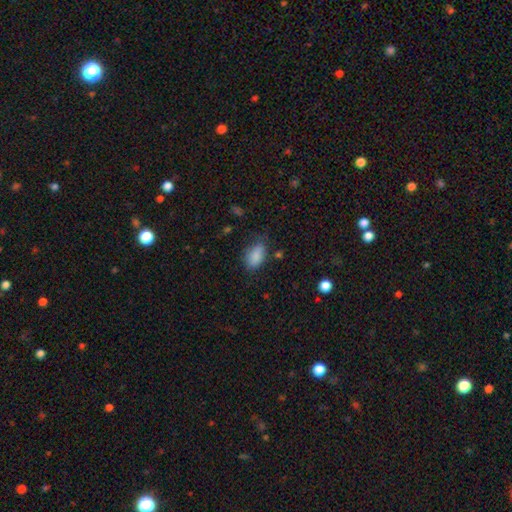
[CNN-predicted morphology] The model was most divided on "merging": none: 63%, minor disturbance: 26%, major disturbance: 8%, merger: 3%. More confident: how rounded — in between (90%); smooth or featured — smooth (86%).